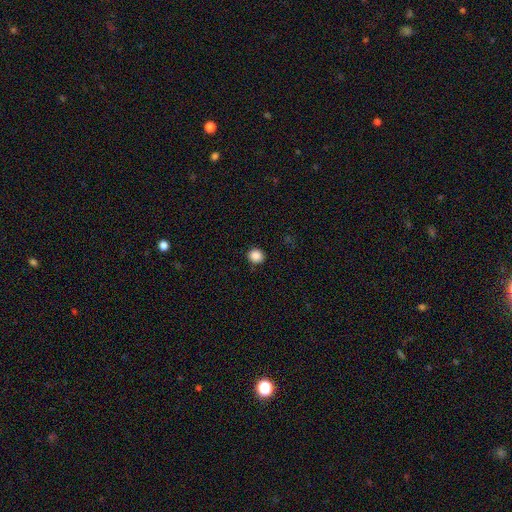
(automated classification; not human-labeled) This appears to be a smooth galaxy with no disk features (88%) that is round (90%). Merging: none (91%).